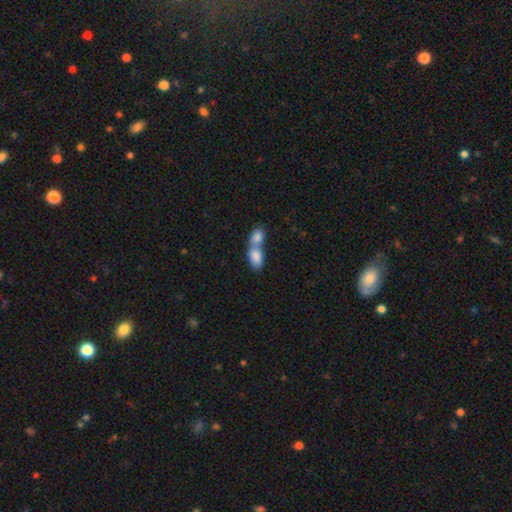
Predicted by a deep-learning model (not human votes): The model was most divided on "merging": merger: 74%, none: 17%, minor disturbance: 5%, major disturbance: 3%. More confident: how rounded — in between (89%); smooth or featured — smooth (84%).